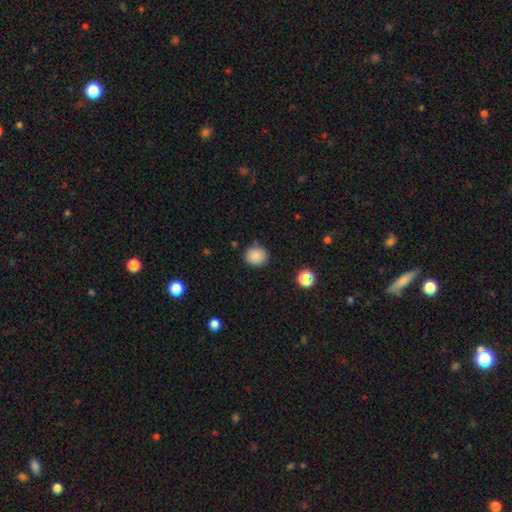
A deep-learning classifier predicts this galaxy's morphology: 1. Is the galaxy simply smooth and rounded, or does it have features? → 86% smooth, 10% star or artifact, 4% featured or disk.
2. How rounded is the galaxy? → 77% round, 22% in between, 1% cigar-shaped.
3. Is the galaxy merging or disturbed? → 85% none, 11% minor disturbance, 3% major disturbance, 2% merger.